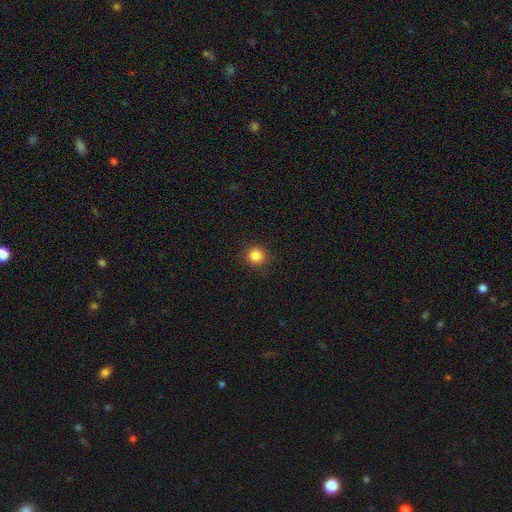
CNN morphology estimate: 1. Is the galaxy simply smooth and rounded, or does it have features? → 84% smooth, 11% star or artifact, 5% featured or disk.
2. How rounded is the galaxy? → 92% round, 7% in between, 1% cigar-shaped.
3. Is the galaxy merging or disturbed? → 91% none, 7% minor disturbance, 2% major disturbance, 1% merger.